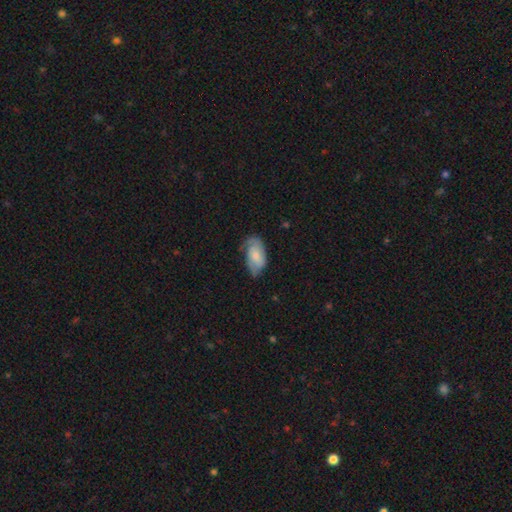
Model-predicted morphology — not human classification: Smooth or featured?
  - smooth: 59% *
  - featured or disk: 35%
  - star or artifact: 6%
How rounded?
  - in between: 93% *
  - round: 4%
  - cigar-shaped: 3%
Merging?
  - none: 54% *
  - minor disturbance: 33%
  - major disturbance: 11%
  - merger: 2%